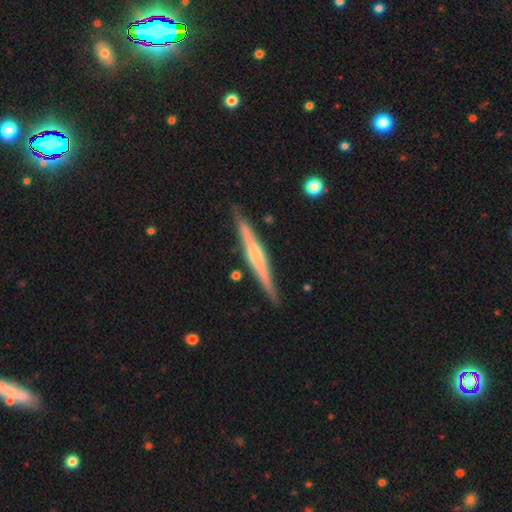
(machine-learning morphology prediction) Smooth or featured?
  - featured or disk: 70% *
  - smooth: 25%
  - star or artifact: 5%
Edge-on disk?
  - yes: 98% *
  - no: 2%
Edge-on bulge?
  - rounded: 54% *
  - boxy: 25%
  - none: 21%
Merging?
  - none: 88% *
  - minor disturbance: 8%
  - merger: 2%
  - major disturbance: 2%